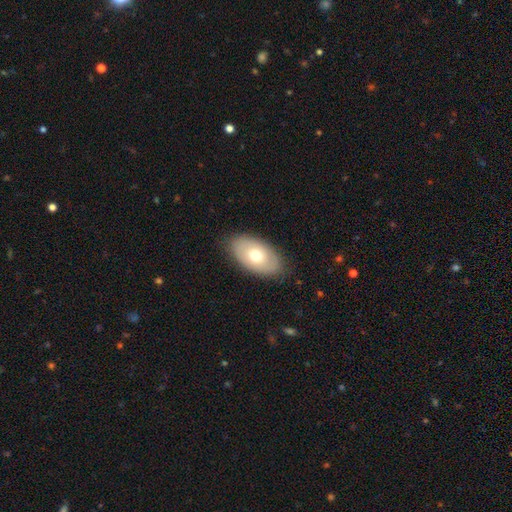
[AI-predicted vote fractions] Smooth or featured? Predicted: smooth (p=0.63). How rounded? Predicted: in between (p=0.93). Merging? Predicted: none (p=0.85).